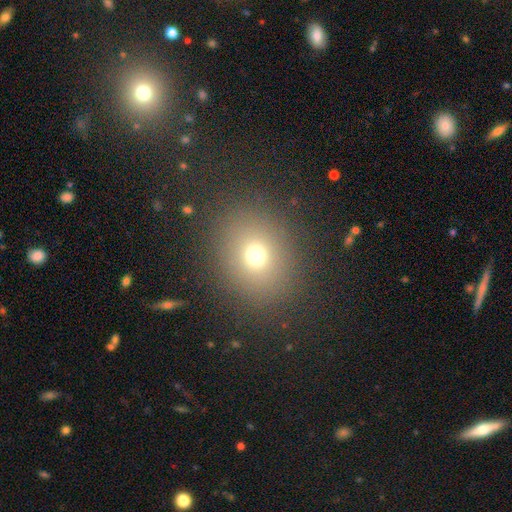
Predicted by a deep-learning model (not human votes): This appears to be a smooth galaxy with no disk features (71%) that is round (64%). Merging: none (86%).